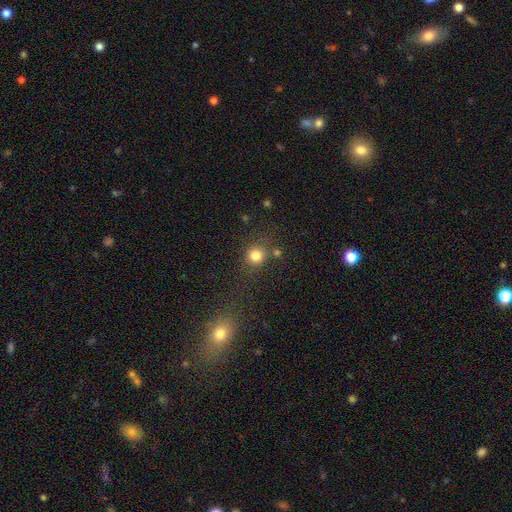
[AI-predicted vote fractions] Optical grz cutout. It shows a smooth galaxy with no disk features (81%) that is round (89%). Merging: none (71%).